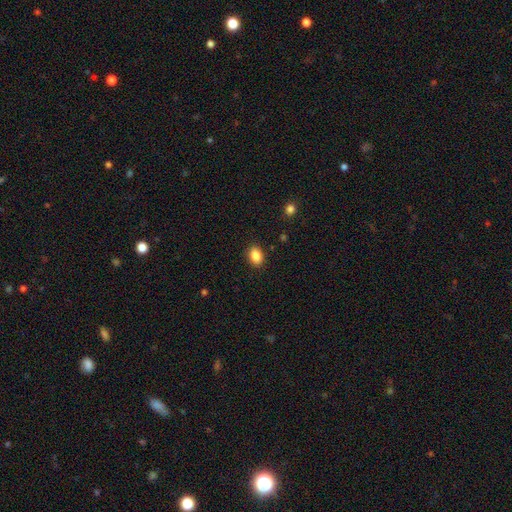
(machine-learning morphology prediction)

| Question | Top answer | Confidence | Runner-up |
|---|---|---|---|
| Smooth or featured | smooth | 87% | star or artifact (9%) |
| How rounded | in between | 82% | round (16%) |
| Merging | none | 89% | minor disturbance (8%) |